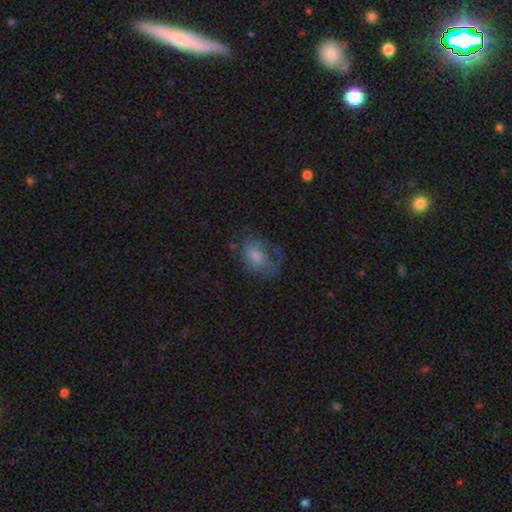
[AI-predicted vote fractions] The model was most divided on "smooth or featured": smooth: 46%, featured or disk: 42%, star or artifact: 12%. Remaining: merging — none (45%).